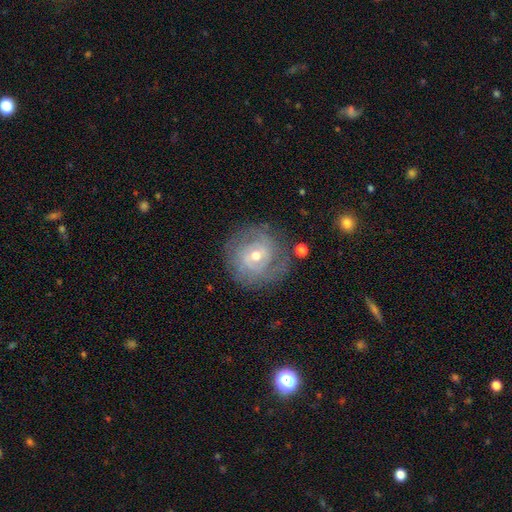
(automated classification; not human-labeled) This is likely a featured or disk galaxy (73%). It is clearly not viewed edge-on (97%). Bar: possibly no (52%). Spiral arm pattern: clearly yes (81%). Spiral arm count: marginally can't tell (41%). Spiral winding: likely tight (64%). Central bulge: possibly moderate (53%). Merging: likely none (74%).